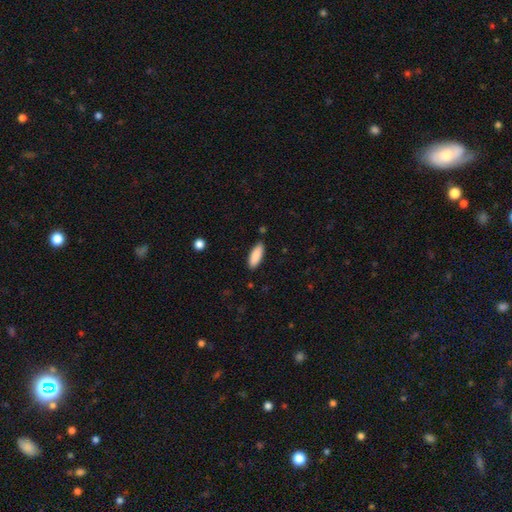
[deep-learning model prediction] This appears to be a smooth galaxy with no disk features (88%) that is in between round and cigar-shaped (68%). Merging: none (86%).